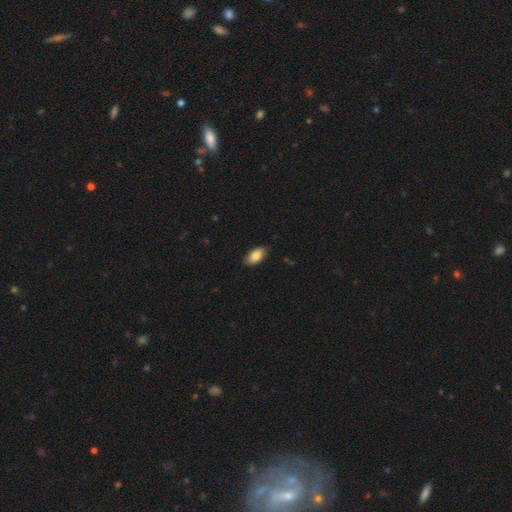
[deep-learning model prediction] smooth_or_featured: smooth (p=0.85) [alt: featured or disk p=0.08]
how_rounded: in between (p=0.93) [alt: cigar-shaped p=0.03]
merging: none (p=0.87) [alt: minor disturbance p=0.10]